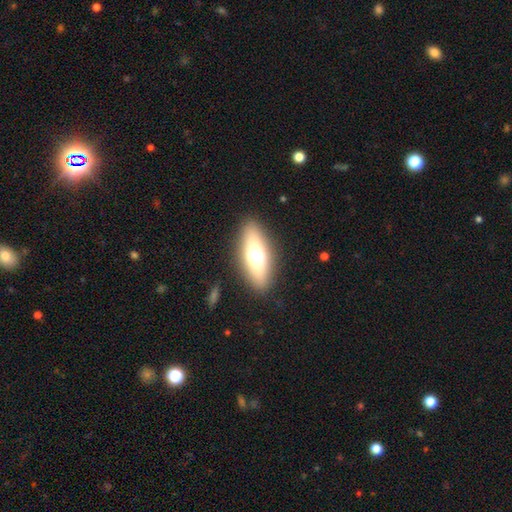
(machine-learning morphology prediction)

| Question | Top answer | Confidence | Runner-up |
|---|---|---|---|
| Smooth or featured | smooth | 53% | featured or disk (36%) |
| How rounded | in between | 65% | cigar-shaped (28%) |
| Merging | none | 87% | minor disturbance (8%) |